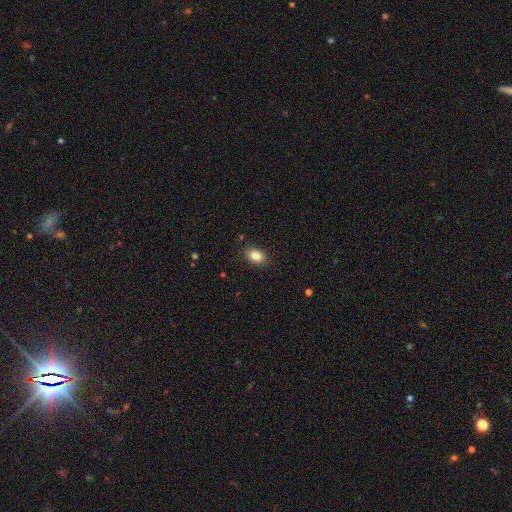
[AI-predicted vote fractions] Smooth or featured?
  - smooth: 85% *
  - star or artifact: 9%
  - featured or disk: 6%
How rounded?
  - in between: 83% *
  - round: 15%
  - cigar-shaped: 1%
Merging?
  - none: 87% *
  - minor disturbance: 9%
  - major disturbance: 2%
  - merger: 1%